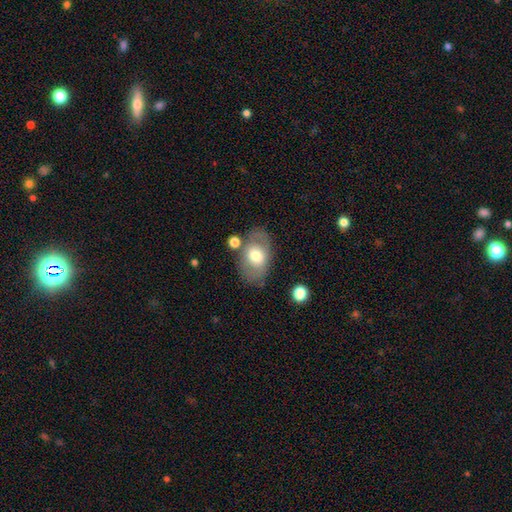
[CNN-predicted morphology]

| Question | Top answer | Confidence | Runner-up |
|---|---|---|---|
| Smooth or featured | smooth | 61% | featured or disk (31%) |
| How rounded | in between | 84% | round (15%) |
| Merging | none | 68% | minor disturbance (17%) |